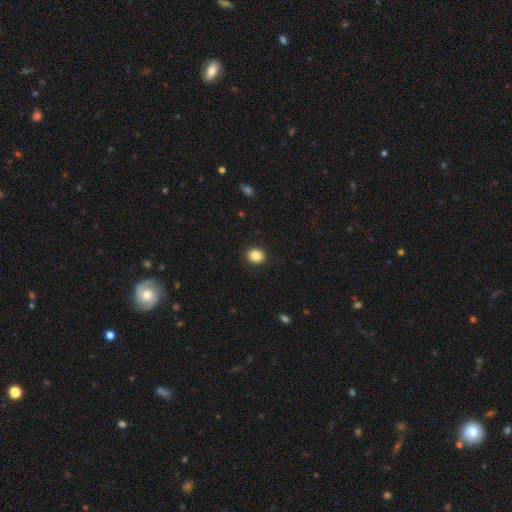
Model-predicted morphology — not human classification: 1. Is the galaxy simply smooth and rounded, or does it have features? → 85% smooth, 9% star or artifact, 5% featured or disk.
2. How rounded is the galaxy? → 73% round, 26% in between, 1% cigar-shaped.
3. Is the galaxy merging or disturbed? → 91% none, 6% minor disturbance, 2% major disturbance, 1% merger.